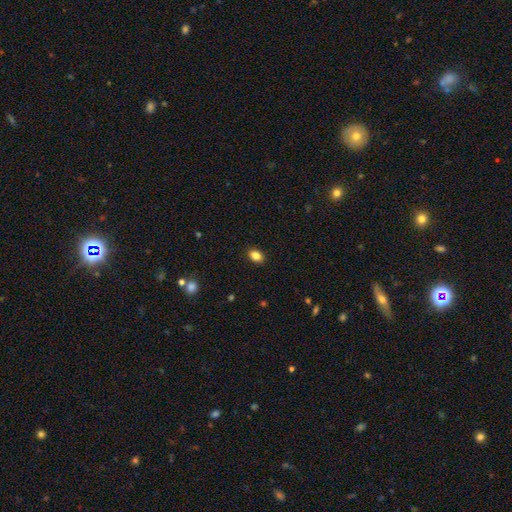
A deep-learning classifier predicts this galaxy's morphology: The model was most divided on "how rounded": in between: 78%, round: 20%, cigar-shaped: 1%. More confident: merging — none (89%); smooth or featured — smooth (85%).